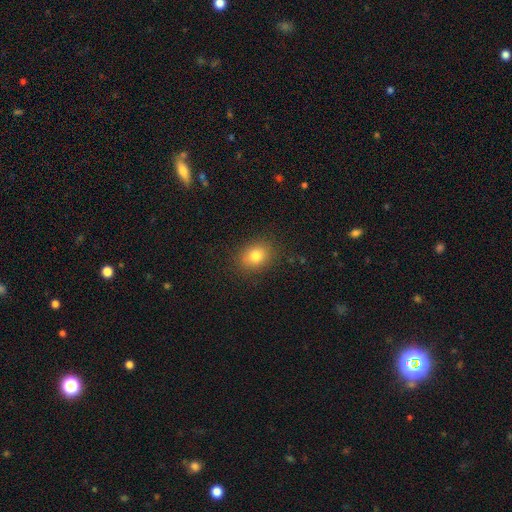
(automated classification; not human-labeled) The model was most divided on "how rounded" (2-way tie): round: 49%, in between: 49%, cigar-shaped: 1%. More confident: merging — none (86%); smooth or featured — smooth (79%).